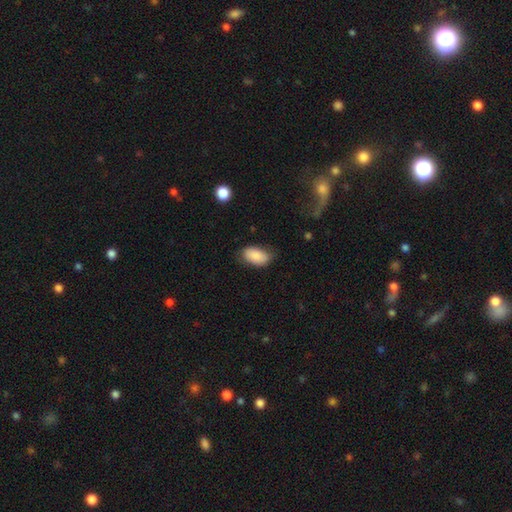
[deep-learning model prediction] smooth_or_featured: smooth (p=0.87) [alt: star or artifact p=0.07]
how_rounded: in between (p=0.94) [alt: round p=0.04]
merging: none (p=0.71) [alt: minor disturbance p=0.23]